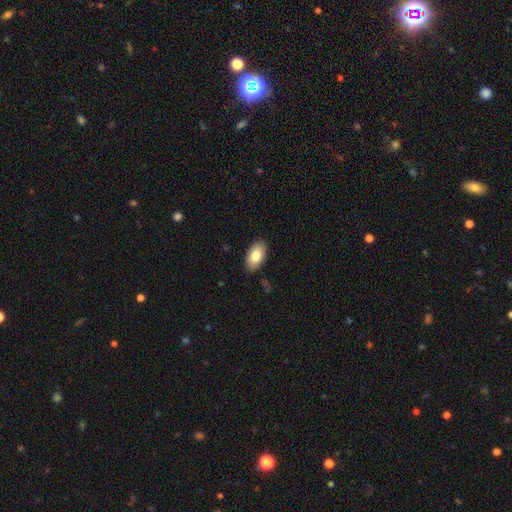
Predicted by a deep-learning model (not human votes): Q: Smooth or featured?
A: smooth (82%); runner-up: featured or disk (12%)
Q: How rounded?
A: in between (94%); runner-up: round (4%)
Q: Merging?
A: none (87%); runner-up: minor disturbance (10%)